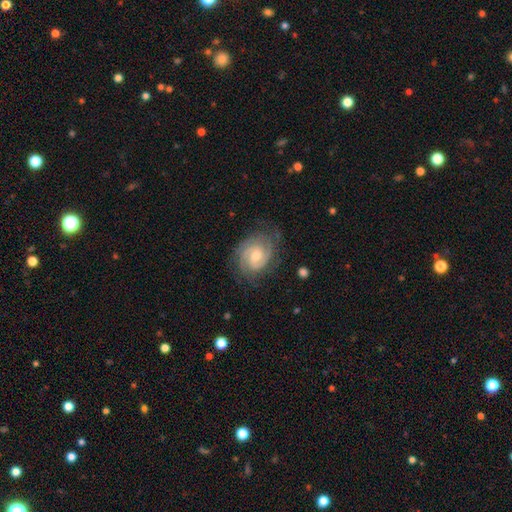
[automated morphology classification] smooth-or-featured: featured or disk: 87% | smooth: 8% | star or artifact: 5%
  disk-edge-on: no: 98% | yes: 2%
    bar: weak: 49% | no: 41% | strong: 10%
    has-spiral-arms: yes: 97% | no: 3%
      spiral-winding: tight: 63% | medium: 31% | loose: 5%
      spiral-arm-count: 2: 63% | 3: 16% | can't tell: 12% | 4: 3% | 1: 3% | more than 4: 3%
    bulge-size: moderate: 57% | small: 36% | large: 4% | none: 3% | dominant: 1%
  merging: none: 77% | minor disturbance: 16% | major disturbance: 6% | merger: 1%